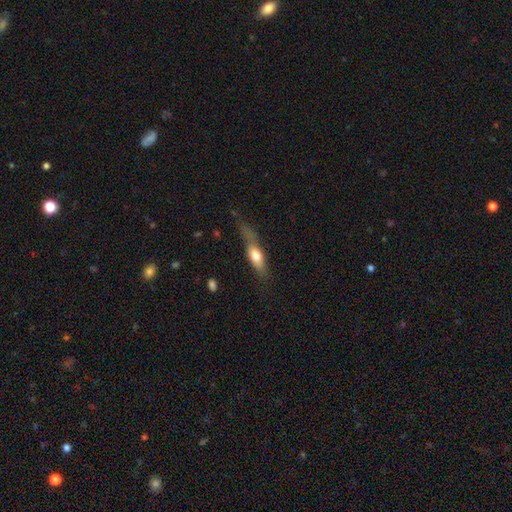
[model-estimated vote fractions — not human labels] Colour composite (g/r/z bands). It shows a smooth galaxy with no disk features (62%) that is in between round and cigar-shaped (49%). Merging: none (43%).